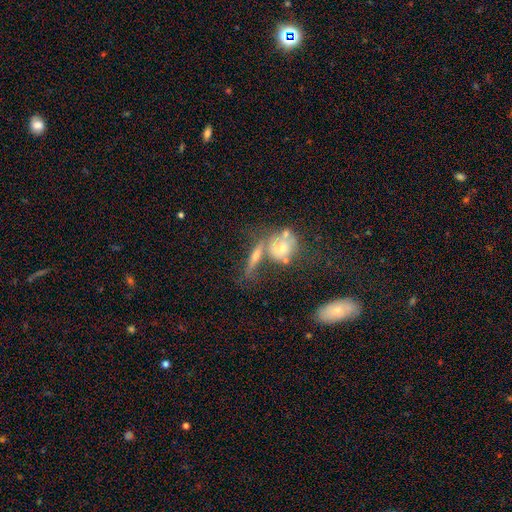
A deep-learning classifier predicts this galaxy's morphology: smooth_or_featured: featured or disk (p=0.50) [alt: smooth p=0.40]
disk_edge_on: yes (p=0.76) [alt: no p=0.24]
merging: none (p=0.49) [alt: merger p=0.29]